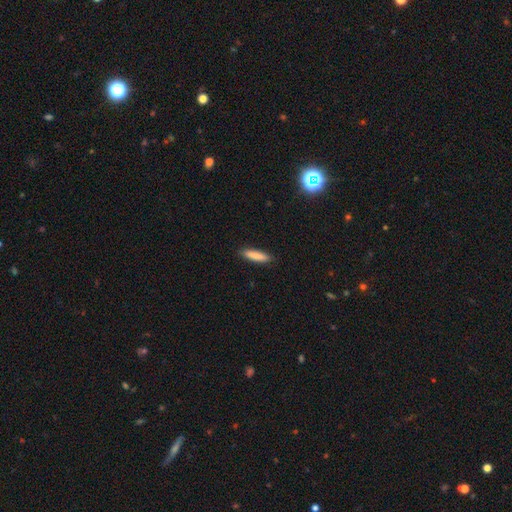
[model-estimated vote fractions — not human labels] Smooth or featured: smooth — 85% (featured or disk — 9%)
How rounded: cigar-shaped — 78% (in between — 21%)
Merging: none — 89% (minor disturbance — 8%)